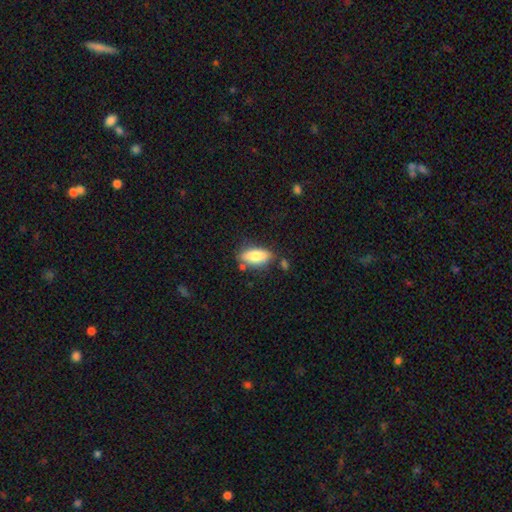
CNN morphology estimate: smooth 80%, featured or disk 14%, star or artifact 7%. Down the decision tree: how rounded — in between (87%); merging — none (73%).